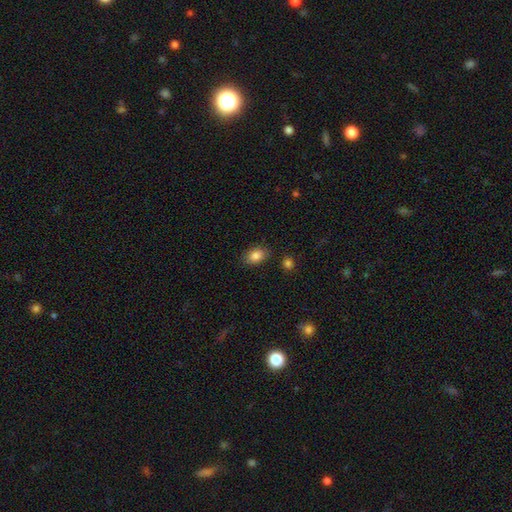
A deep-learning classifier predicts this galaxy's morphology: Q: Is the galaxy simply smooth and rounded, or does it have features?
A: smooth — 85%.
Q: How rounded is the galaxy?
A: in between — 83%.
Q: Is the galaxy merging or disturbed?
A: none — 84%.